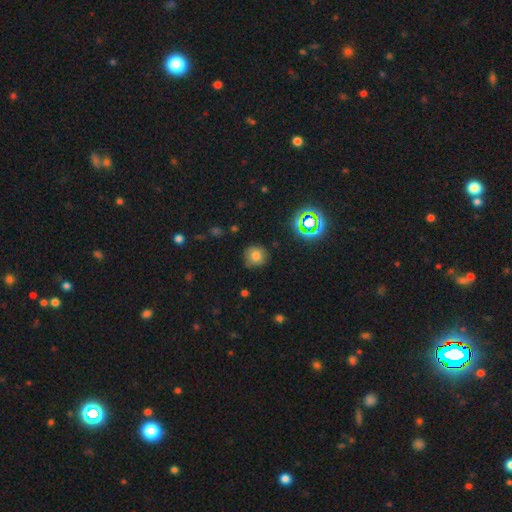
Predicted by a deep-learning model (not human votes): The model was most divided on "smooth or featured": smooth: 74%, star or artifact: 16%, featured or disk: 10%. More confident: how rounded — round (89%); merging — none (78%).